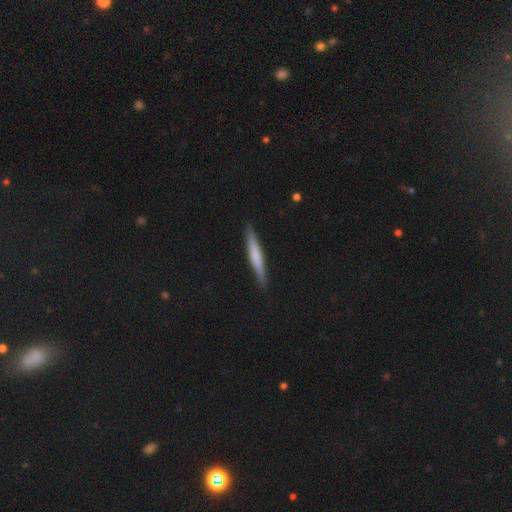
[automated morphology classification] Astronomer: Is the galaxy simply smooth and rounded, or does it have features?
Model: smooth — 53% (runner-up: featured or disk, 41%).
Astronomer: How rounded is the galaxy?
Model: cigar-shaped — 95%.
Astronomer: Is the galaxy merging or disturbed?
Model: none — 90%.